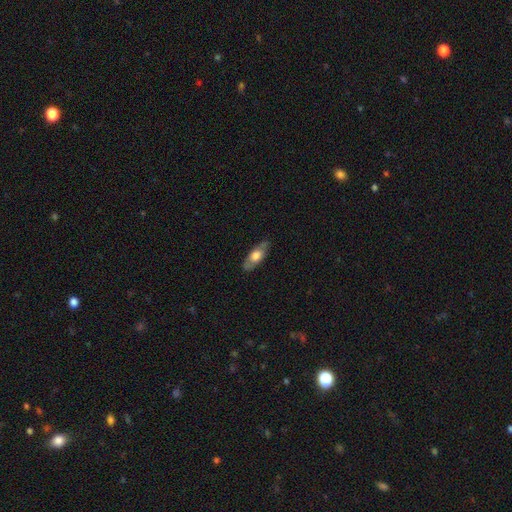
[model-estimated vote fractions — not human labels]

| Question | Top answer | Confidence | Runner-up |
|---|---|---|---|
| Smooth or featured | smooth | 53% | featured or disk (41%) |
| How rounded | in between | 70% | cigar-shaped (26%) |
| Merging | none | 79% | minor disturbance (16%) |